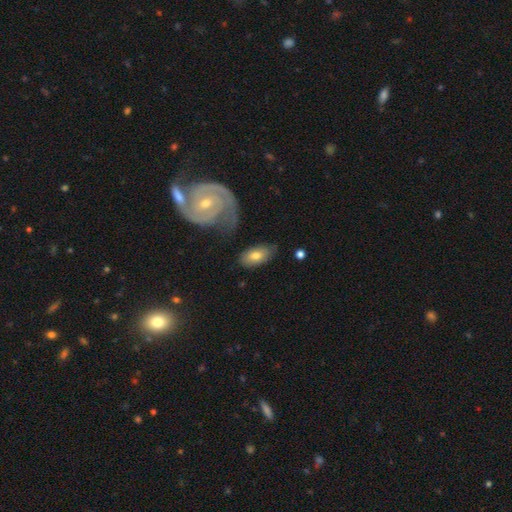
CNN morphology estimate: Smooth or featured? smooth (69%)
How rounded? in between (92%)
Merging? none (70%)